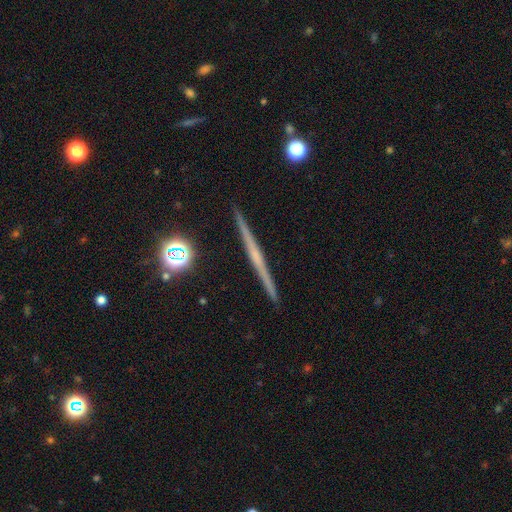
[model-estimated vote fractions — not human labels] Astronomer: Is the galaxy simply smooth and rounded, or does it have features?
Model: featured or disk — 71%.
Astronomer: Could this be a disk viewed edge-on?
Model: yes — 98%.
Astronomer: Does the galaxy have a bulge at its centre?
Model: none — 61%.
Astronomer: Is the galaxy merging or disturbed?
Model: none — 93%.